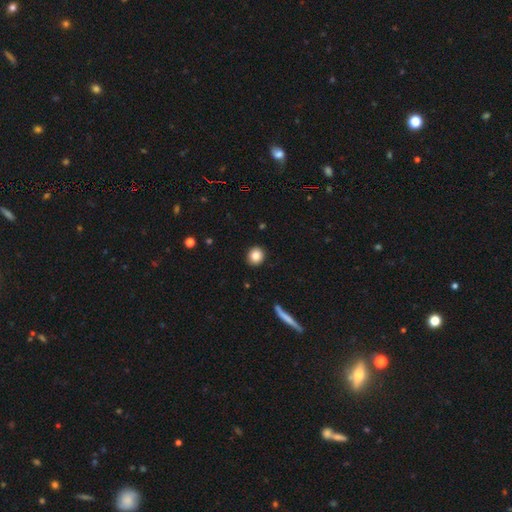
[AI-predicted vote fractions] smooth_or_featured: smooth (p=0.84) [alt: star or artifact p=0.09]
how_rounded: round (p=0.82) [alt: in between p=0.16]
merging: none (p=0.92) [alt: minor disturbance p=0.06]